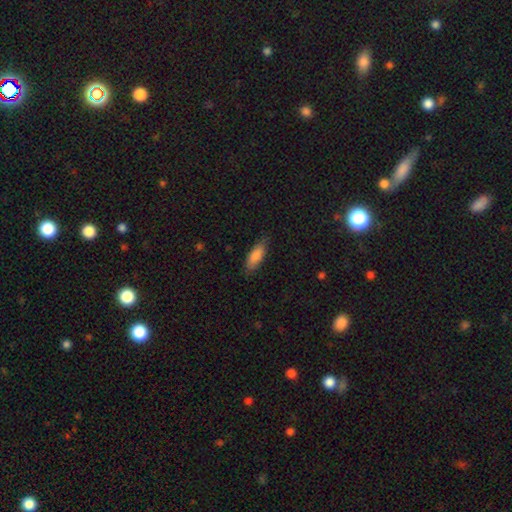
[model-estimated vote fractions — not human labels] smooth 84%, featured or disk 10%, star or artifact 6%. Down the decision tree: how rounded — in between (71%); merging — none (79%).